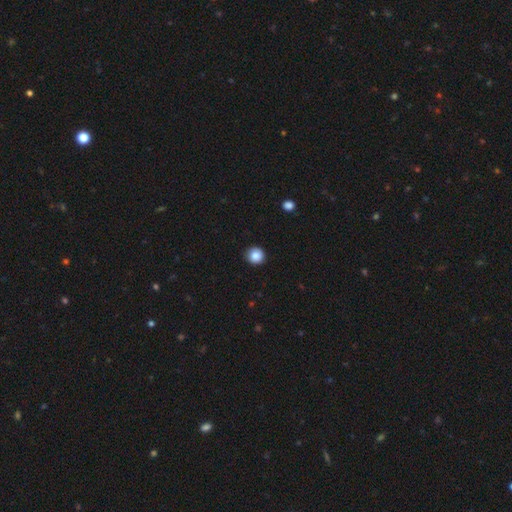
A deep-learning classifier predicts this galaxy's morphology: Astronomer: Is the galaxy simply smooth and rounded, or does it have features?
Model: smooth — 87%.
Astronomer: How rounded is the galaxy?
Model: round — 94%.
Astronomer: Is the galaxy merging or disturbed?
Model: none — 91%.